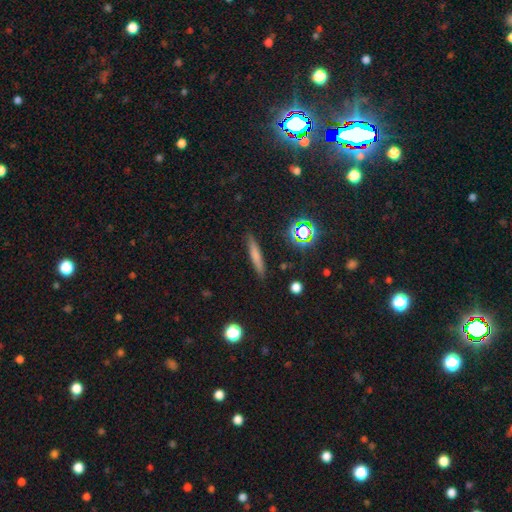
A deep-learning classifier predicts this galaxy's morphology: smooth-or-featured: smooth: 67% | featured or disk: 20% | star or artifact: 12%
  how-rounded: cigar-shaped: 90% | in between: 7% | round: 3%
  merging: none: 87% | minor disturbance: 9% | major disturbance: 2% | merger: 2%